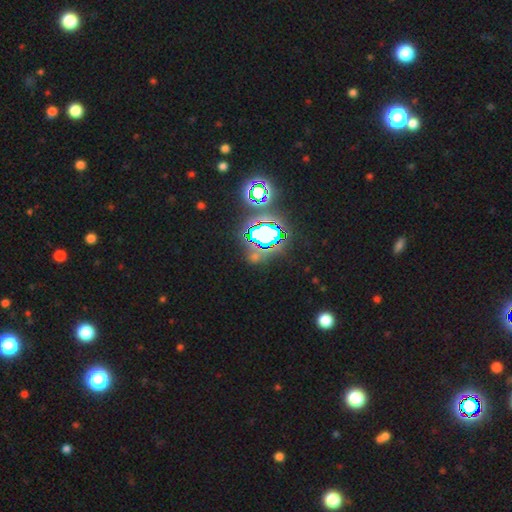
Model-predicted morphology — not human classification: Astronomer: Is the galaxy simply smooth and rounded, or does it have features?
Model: star or artifact — 81%.